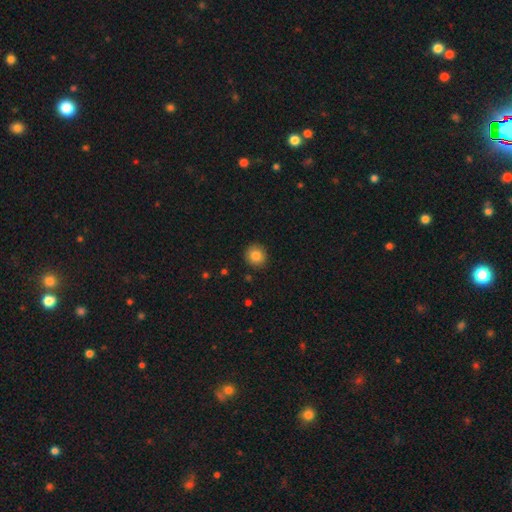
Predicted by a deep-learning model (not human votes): Q: Smooth or featured?
A: smooth (84%); runner-up: star or artifact (9%)
Q: How rounded?
A: round (91%); runner-up: in between (8%)
Q: Merging?
A: none (91%); runner-up: minor disturbance (6%)